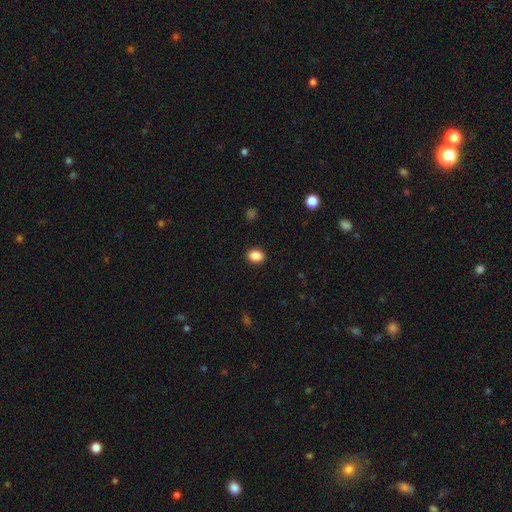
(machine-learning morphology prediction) Q: Smooth or featured?
A: smooth (88%); runner-up: star or artifact (9%)
Q: How rounded?
A: in between (58%); runner-up: round (41%)
Q: Merging?
A: none (90%); runner-up: minor disturbance (7%)